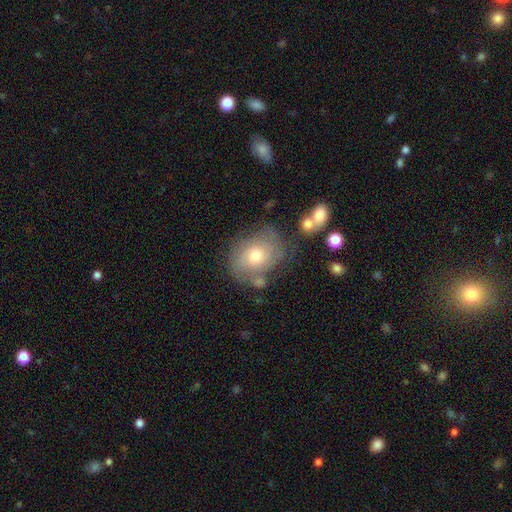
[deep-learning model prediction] Smooth or featured: smooth — 51% (featured or disk — 38%)
How rounded: round — 50% (in between — 49%)
Merging: none — 60% (minor disturbance — 22%)